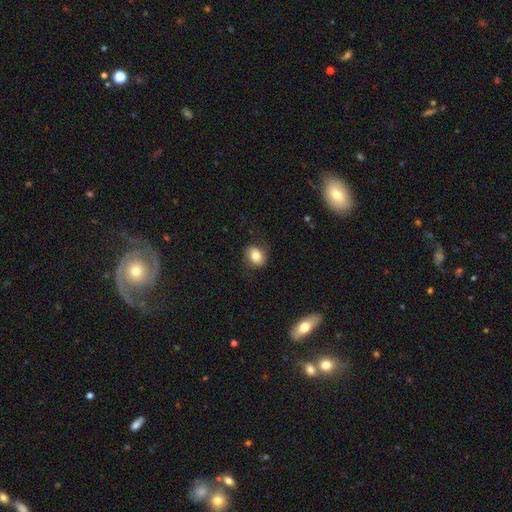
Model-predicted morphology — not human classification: type=smooth (79%); roundness=in between (65%); merging=none (78%).